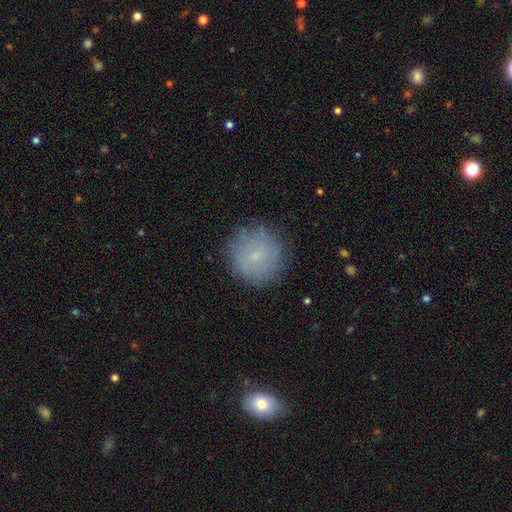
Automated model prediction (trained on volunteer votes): Morphology: type=smooth (71%); roundness=round (94%); merging=none (84%).